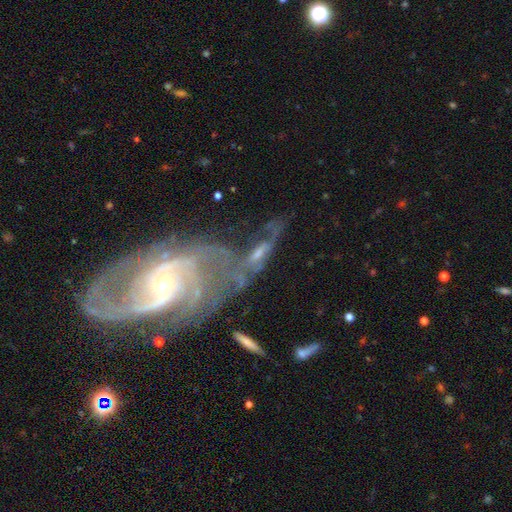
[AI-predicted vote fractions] Overall: featured or disk (82%). Edge-on disk: no (95%). Bar: no (55%; weak 32%). Spiral arms: yes (90%). Spiral arm count: 2 (53%; can't tell 21%). Spiral winding: medium (42%; loose 31%). Bulge size: small (57%; moderate 35%). Merging: merger (36%; none 24%).